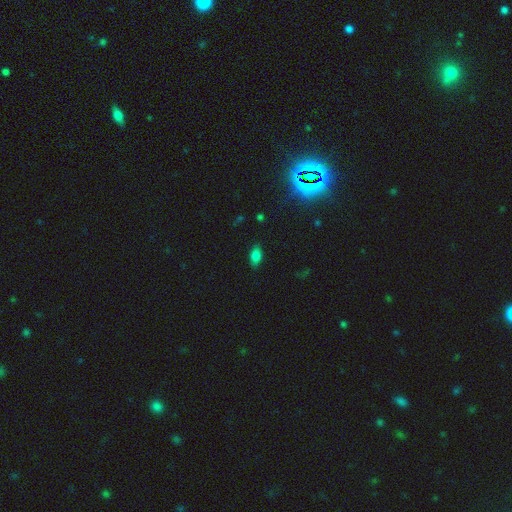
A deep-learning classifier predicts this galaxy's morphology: This is likely a smooth galaxy (78%). How rounded: clearly in between (88%). Merging: clearly none (84%).